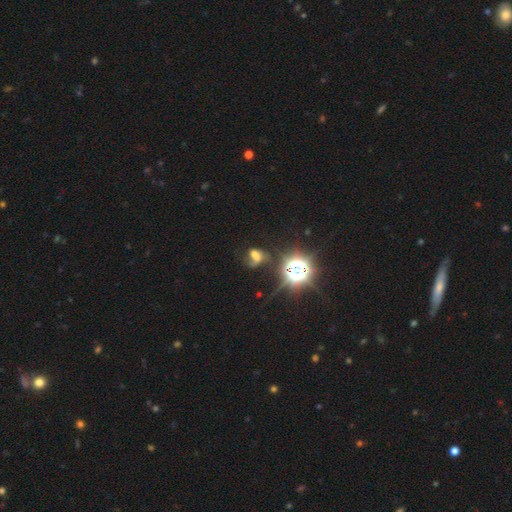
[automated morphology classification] Smooth or featured? Predicted: star or artifact (p=0.37).